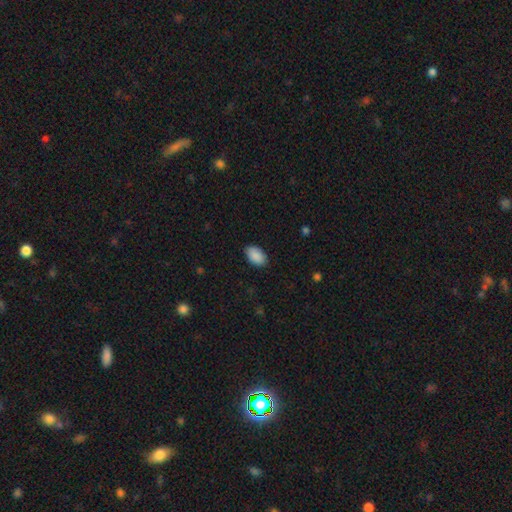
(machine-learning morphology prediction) The model was most divided on "merging": none: 86%, minor disturbance: 10%, major disturbance: 2%, merger: 1%. More confident: how rounded — in between (93%); smooth or featured — smooth (90%).